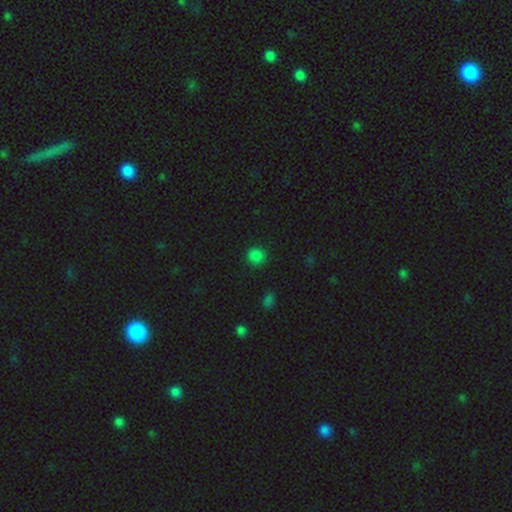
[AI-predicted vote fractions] Morphology: type=smooth (82%); roundness=round (90%); merging=none (87%).